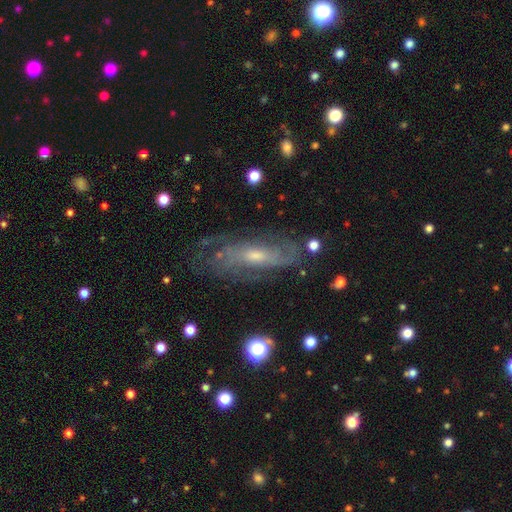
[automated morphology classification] Smooth or featured? Predicted: featured or disk (p=0.76). Edge-on disk? Predicted: no (p=0.81). Bar? Predicted: no (p=0.59). Spiral arms? Predicted: yes (p=0.86). Spiral winding? Predicted: tight (p=0.43). Spiral arm count? Predicted: can't tell (p=0.52). Bulge size? Predicted: moderate (p=0.47). Merging? Predicted: none (p=0.66).